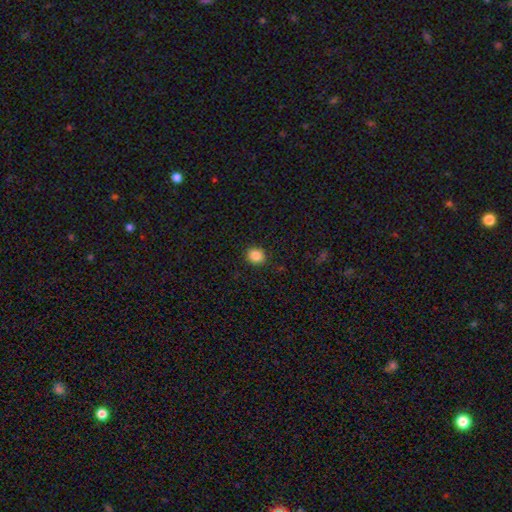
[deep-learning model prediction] Overall: smooth (86%). How rounded: round (77%). Merging: none (90%).